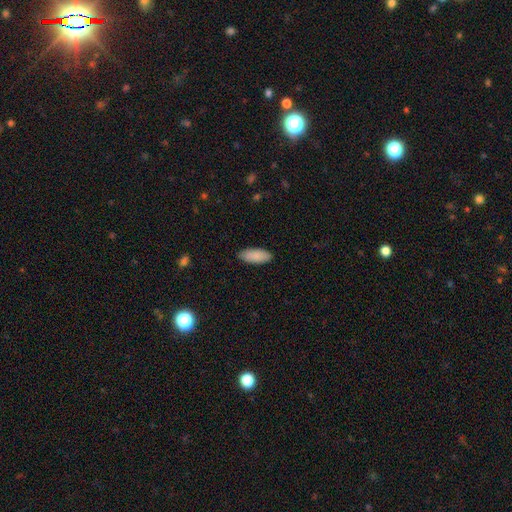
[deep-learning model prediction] smooth 89%, star or artifact 6%, featured or disk 5%. Down the decision tree: how rounded — in between (84%); merging — none (87%).